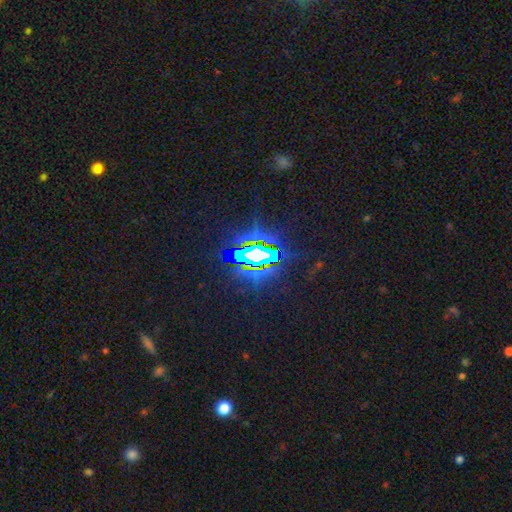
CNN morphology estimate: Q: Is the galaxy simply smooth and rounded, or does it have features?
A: star or artifact — 72%.